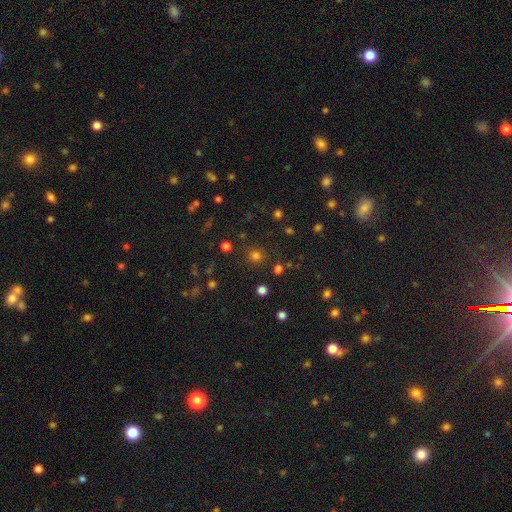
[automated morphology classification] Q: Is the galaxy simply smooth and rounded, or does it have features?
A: smooth — 67%.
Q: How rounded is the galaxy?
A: round — 91%.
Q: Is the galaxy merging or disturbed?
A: none — 88%.